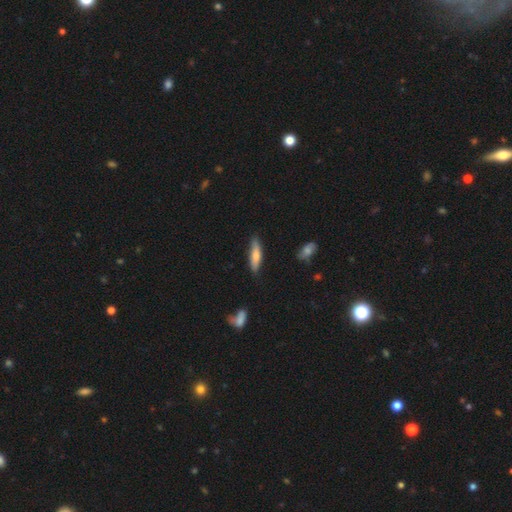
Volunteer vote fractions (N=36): Morphology: type=smooth (64%); roundness=cigar-shaped (87%); merging=none (71%).